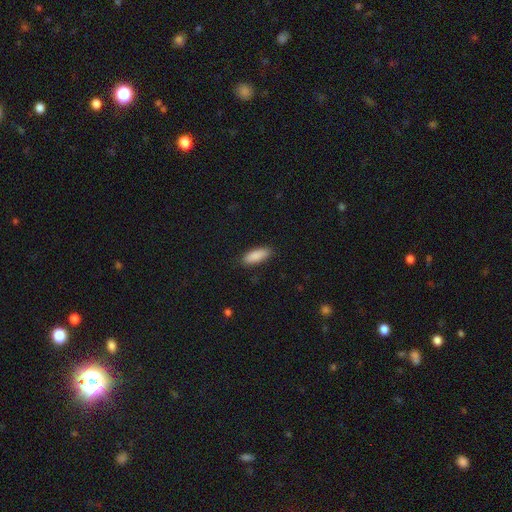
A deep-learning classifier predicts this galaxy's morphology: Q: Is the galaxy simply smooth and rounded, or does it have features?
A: smooth — 89%.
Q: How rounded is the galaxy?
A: in between — 70%.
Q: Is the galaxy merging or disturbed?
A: none — 88%.